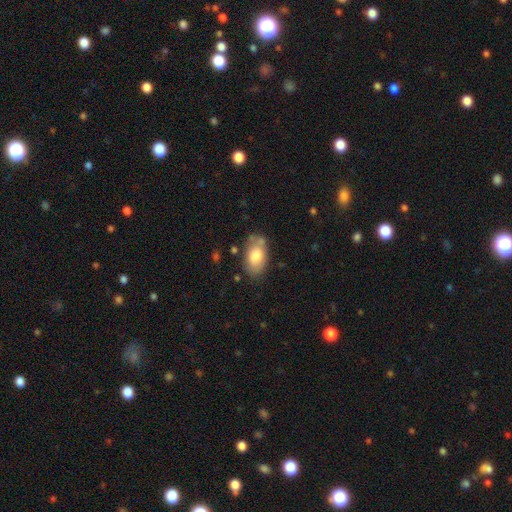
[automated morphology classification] Q: Smooth or featured?
A: smooth (78%); runner-up: featured or disk (16%)
Q: How rounded?
A: in between (92%); runner-up: round (6%)
Q: Merging?
A: none (68%); runner-up: minor disturbance (20%)